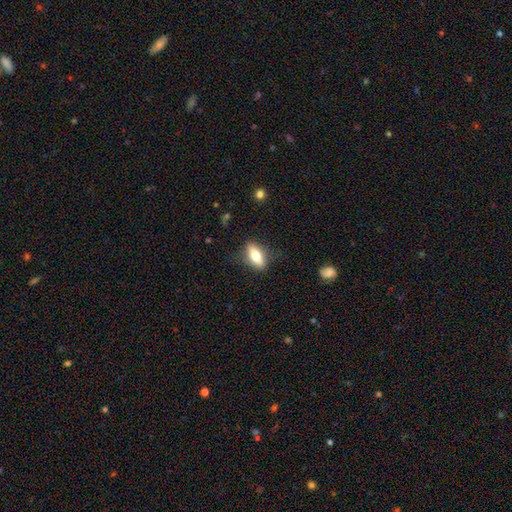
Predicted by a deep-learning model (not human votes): Smooth or featured?
  - smooth: 67% *
  - featured or disk: 26%
  - star or artifact: 7%
How rounded?
  - in between: 74% *
  - cigar-shaped: 22%
  - round: 5%
Merging?
  - none: 79% *
  - minor disturbance: 15%
  - major disturbance: 4%
  - merger: 1%